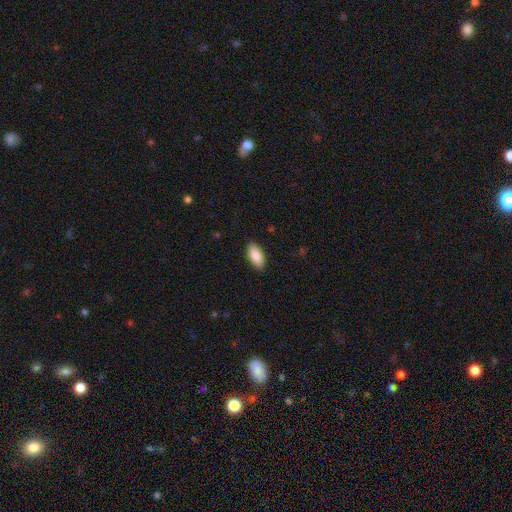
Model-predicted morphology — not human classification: A smooth galaxy with no disk features (88%) that is in between round and cigar-shaped (92%). Merging: none (89%).